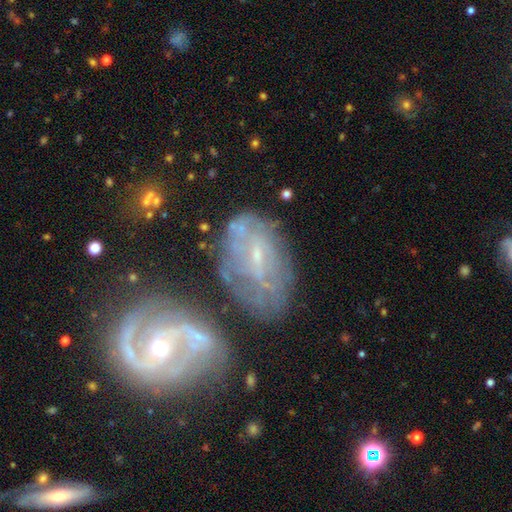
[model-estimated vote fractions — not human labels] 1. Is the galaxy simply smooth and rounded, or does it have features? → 74% featured or disk, 17% smooth, 9% star or artifact.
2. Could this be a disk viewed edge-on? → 95% no, 5% yes.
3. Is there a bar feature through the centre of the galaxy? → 45% weak, 37% no, 18% strong.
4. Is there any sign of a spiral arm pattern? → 80% yes, 20% no.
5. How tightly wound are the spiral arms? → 43% tight, 38% medium, 19% loose.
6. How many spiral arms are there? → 44% can't tell, 32% 2, 10% 3, 5% 1, 5% 4, 4% more than 4.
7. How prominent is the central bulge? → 72% small, 20% moderate, 5% none, 1% large, 1% dominant.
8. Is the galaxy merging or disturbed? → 44% none, 24% minor disturbance, 19% merger, 13% major disturbance.